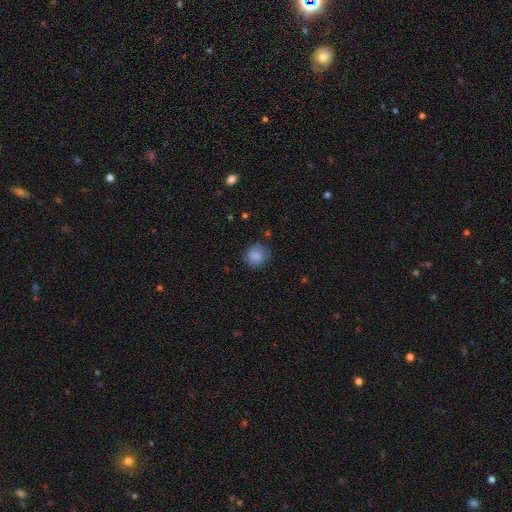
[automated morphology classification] Smooth or featured: smooth — 81% (featured or disk — 10%)
How rounded: round — 83% (in between — 16%)
Merging: none — 77% (minor disturbance — 17%)